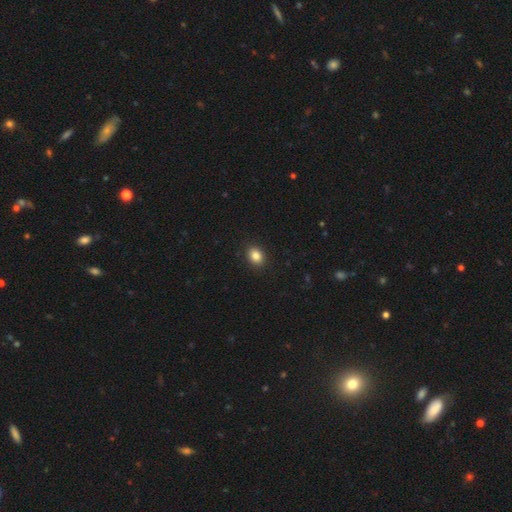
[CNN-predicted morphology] Smooth or featured? smooth (85%)
How rounded? in between (56%)
Merging? none (90%)